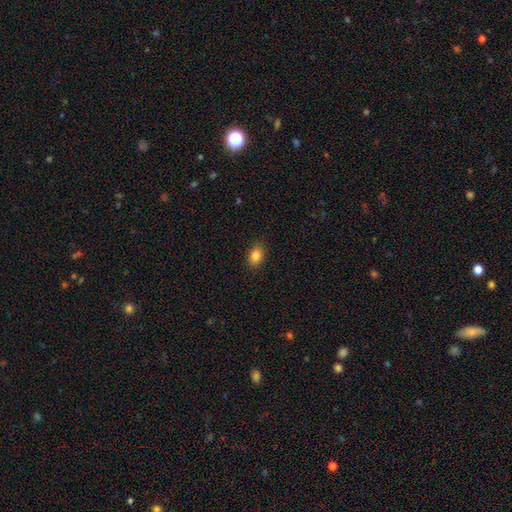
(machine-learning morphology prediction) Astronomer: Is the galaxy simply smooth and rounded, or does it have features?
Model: smooth — 85%.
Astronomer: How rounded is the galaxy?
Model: in between — 83%.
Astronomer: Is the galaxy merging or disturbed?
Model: none — 88%.